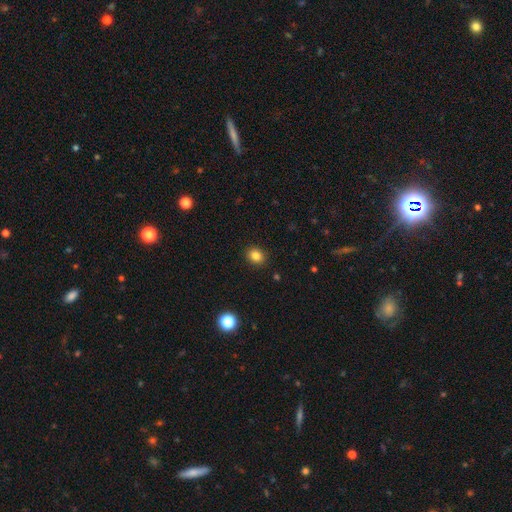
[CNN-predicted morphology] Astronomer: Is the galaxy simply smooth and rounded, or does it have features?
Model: smooth — 84%.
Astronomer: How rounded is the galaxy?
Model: round — 57% (runner-up: in between, 42%).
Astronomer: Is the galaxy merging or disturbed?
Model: none — 90%.